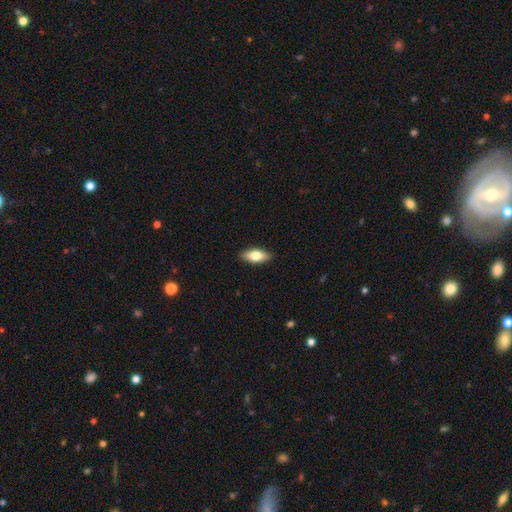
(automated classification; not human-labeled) smooth_or_featured: smooth (p=0.71) [alt: featured or disk p=0.23]
how_rounded: in between (p=0.81) [alt: cigar-shaped p=0.16]
merging: none (p=0.89) [alt: minor disturbance p=0.08]